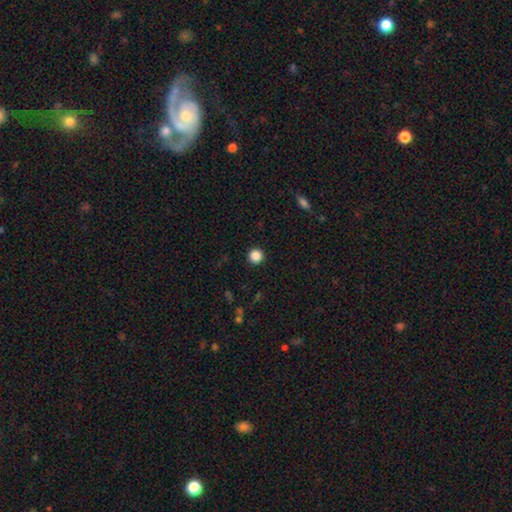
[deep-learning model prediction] Smooth or featured?
  - smooth: 87% *
  - star or artifact: 11%
  - featured or disk: 3%
How rounded?
  - round: 96% *
  - in between: 3%
  - cigar-shaped: 1%
Merging?
  - none: 93% *
  - minor disturbance: 4%
  - major disturbance: 2%
  - merger: 1%